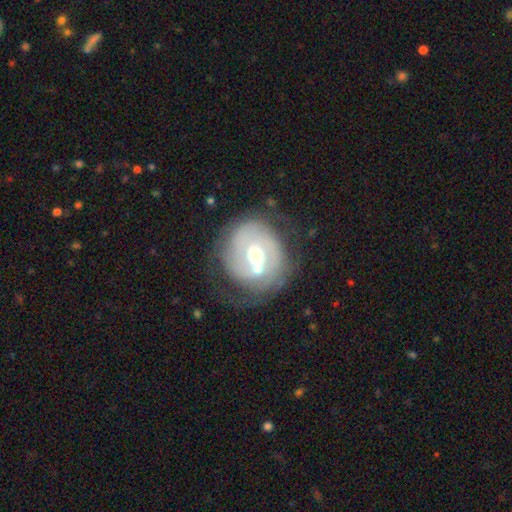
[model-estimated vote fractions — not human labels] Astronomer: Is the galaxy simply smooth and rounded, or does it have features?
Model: featured or disk — 65%.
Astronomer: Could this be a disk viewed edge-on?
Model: no — 97%.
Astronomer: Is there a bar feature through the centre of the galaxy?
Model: no — 63%.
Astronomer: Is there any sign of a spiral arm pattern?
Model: yes — 60% (runner-up: no, 40%).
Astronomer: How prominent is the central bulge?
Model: moderate — 73%.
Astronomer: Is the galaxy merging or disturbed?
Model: none — 48%.